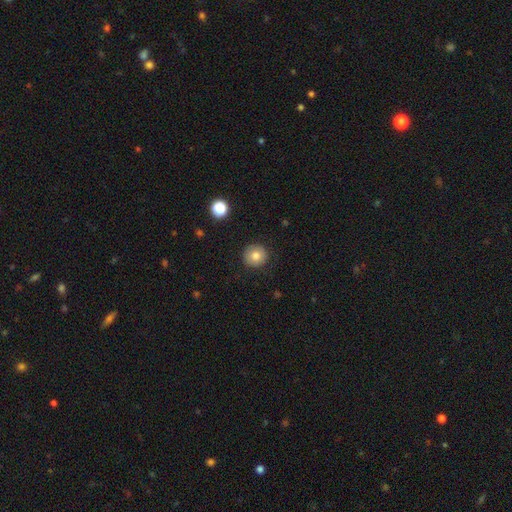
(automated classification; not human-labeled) smooth_or_featured: smooth (p=0.79) [alt: featured or disk p=0.11]
how_rounded: round (p=0.94) [alt: in between p=0.05]
merging: none (p=0.89) [alt: minor disturbance p=0.07]